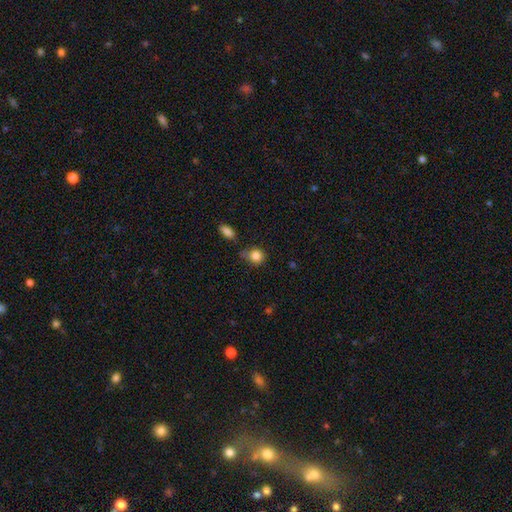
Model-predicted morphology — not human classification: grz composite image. It shows a smooth galaxy with no disk features (84%) that is round (76%). Merging: none (54%).